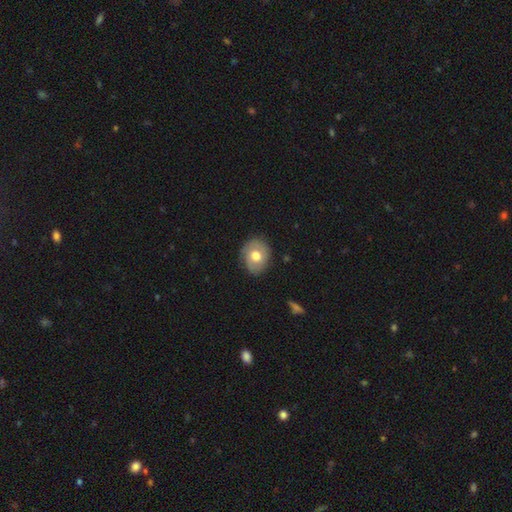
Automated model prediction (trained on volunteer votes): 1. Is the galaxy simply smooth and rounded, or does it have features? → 56% smooth, 37% featured or disk, 7% star or artifact.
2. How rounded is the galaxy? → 54% round, 45% in between, 1% cigar-shaped.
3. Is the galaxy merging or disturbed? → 78% none, 17% minor disturbance, 4% major disturbance, 1% merger.